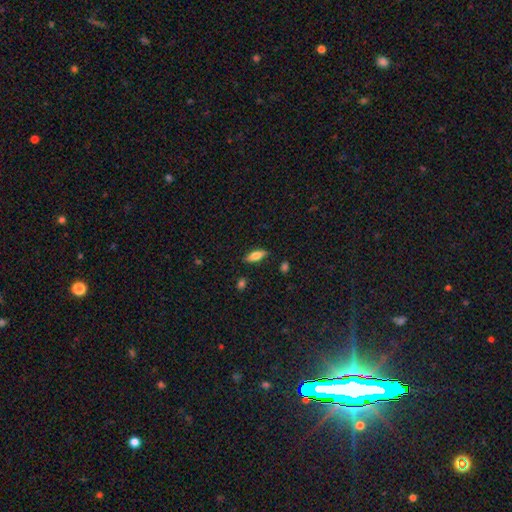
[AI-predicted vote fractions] Smooth or featured?
  - smooth: 68% *
  - featured or disk: 24%
  - star or artifact: 7%
How rounded?
  - in between: 68% *
  - cigar-shaped: 29%
  - round: 3%
Merging?
  - none: 86% *
  - minor disturbance: 10%
  - major disturbance: 2%
  - merger: 1%